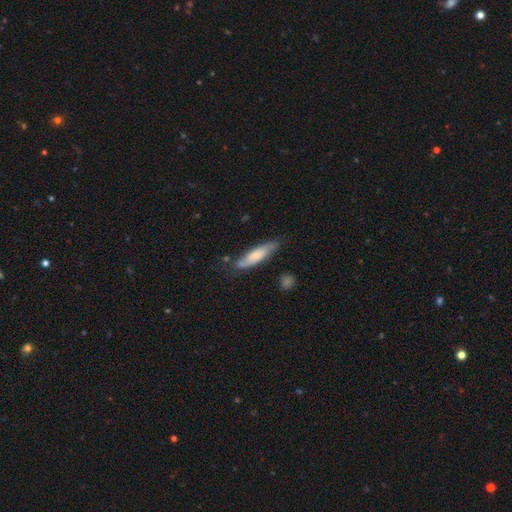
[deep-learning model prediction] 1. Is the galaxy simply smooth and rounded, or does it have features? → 55% smooth, 39% featured or disk, 6% star or artifact.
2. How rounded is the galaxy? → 60% cigar-shaped, 38% in between, 2% round.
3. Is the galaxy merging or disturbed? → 67% none, 23% minor disturbance, 6% major disturbance, 4% merger.